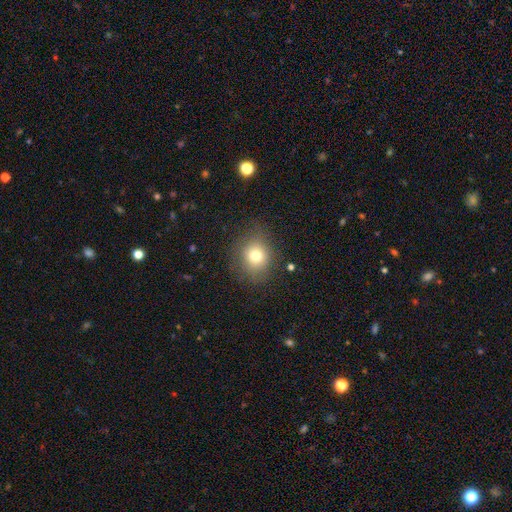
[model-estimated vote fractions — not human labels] smooth_or_featured: smooth (p=0.76) [alt: star or artifact p=0.13]
how_rounded: round (p=0.73) [alt: in between p=0.26]
merging: none (p=0.78) [alt: minor disturbance p=0.14]